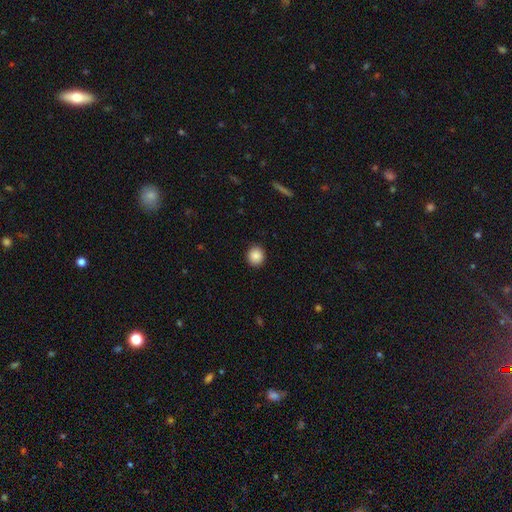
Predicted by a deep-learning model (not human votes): Morphology: type=smooth (88%); roundness=round (88%); merging=none (92%).